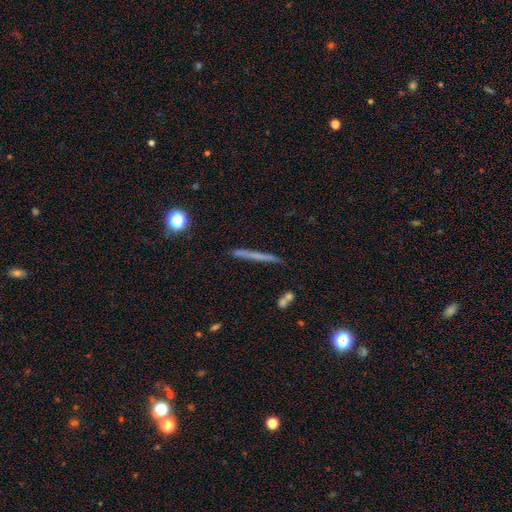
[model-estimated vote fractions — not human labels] Smooth or featured? smooth (46%)
Merging? none (89%)